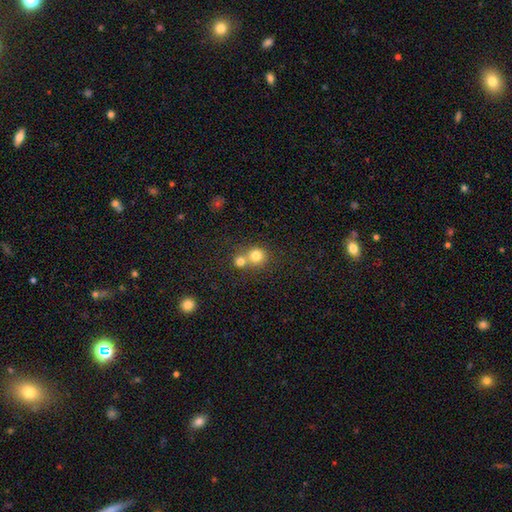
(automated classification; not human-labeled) Morphology: type=smooth (79%); roundness=round (88%); merging=merger (50%).